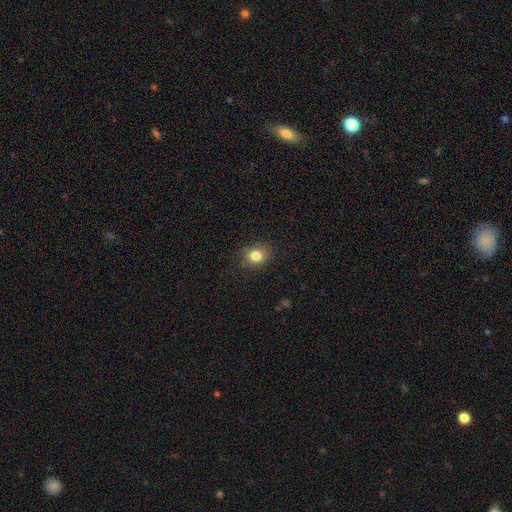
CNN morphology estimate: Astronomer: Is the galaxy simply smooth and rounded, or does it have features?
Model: smooth — 82%.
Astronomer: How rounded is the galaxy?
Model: round — 58% (runner-up: in between, 41%).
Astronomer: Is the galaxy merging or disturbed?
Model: none — 85%.